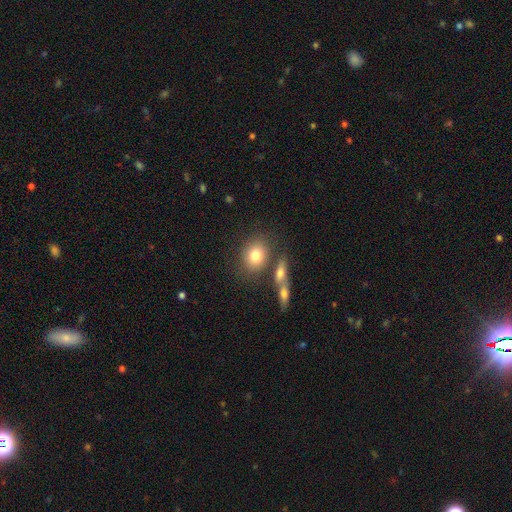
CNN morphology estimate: A smooth galaxy with no disk features (79%) that is round (55%).

Vote fractions:
- Smooth or featured? smooth: 79% / featured or disk: 12% / star or artifact: 10%
- How rounded? round: 55% / in between: 43% / cigar-shaped: 2%
- Merging? none: 69% / merger: 15% / minor disturbance: 11% / major disturbance: 4%